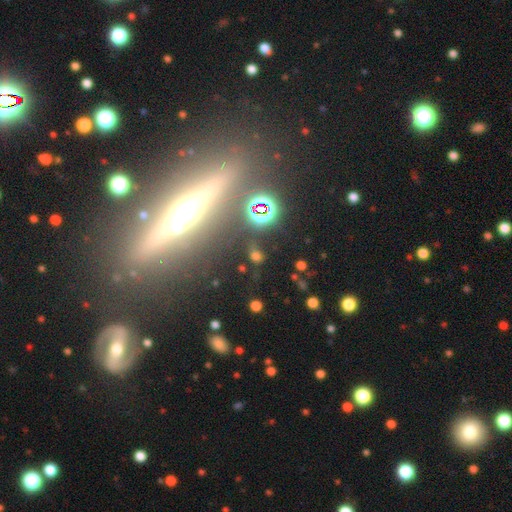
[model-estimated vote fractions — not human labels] Q: Smooth or featured?
A: star or artifact (47%); runner-up: smooth (42%)